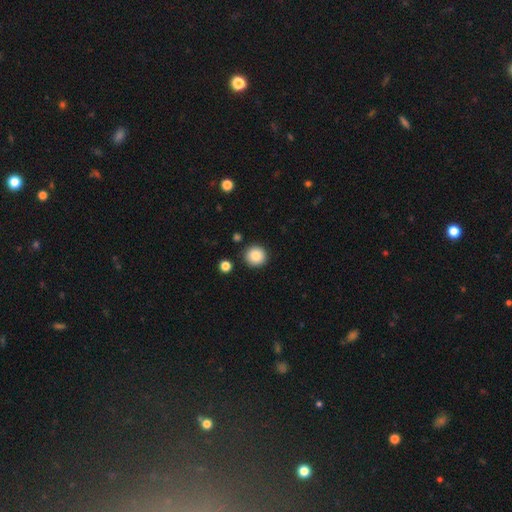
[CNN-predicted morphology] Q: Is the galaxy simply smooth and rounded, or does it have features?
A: smooth — 85%.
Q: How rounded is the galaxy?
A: round — 94%.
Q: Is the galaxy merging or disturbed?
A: none — 90%.